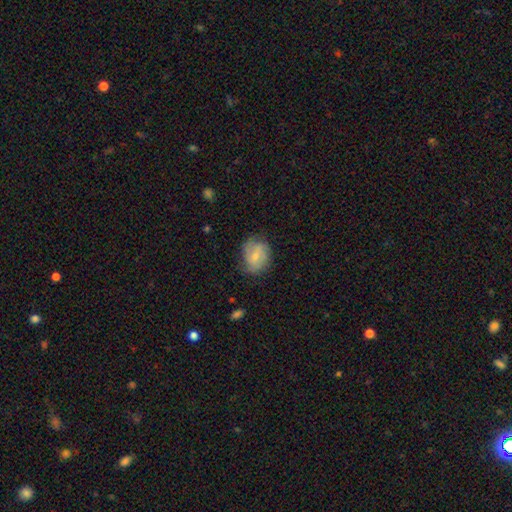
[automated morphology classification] smooth-or-featured: smooth: 59% | featured or disk: 33% | star or artifact: 7%
  how-rounded: in between: 50% | round: 49% | cigar-shaped: 1%
  merging: none: 63% | minor disturbance: 27% | major disturbance: 9% | merger: 1%